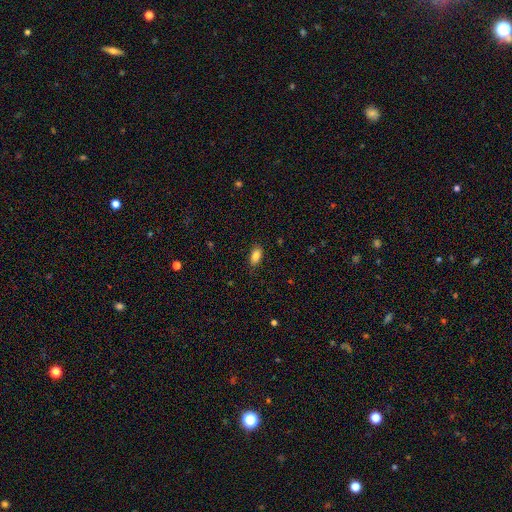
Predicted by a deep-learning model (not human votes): Smooth or featured: smooth — 86% (star or artifact — 8%)
How rounded: in between — 90% (cigar-shaped — 6%)
Merging: none — 84% (minor disturbance — 12%)